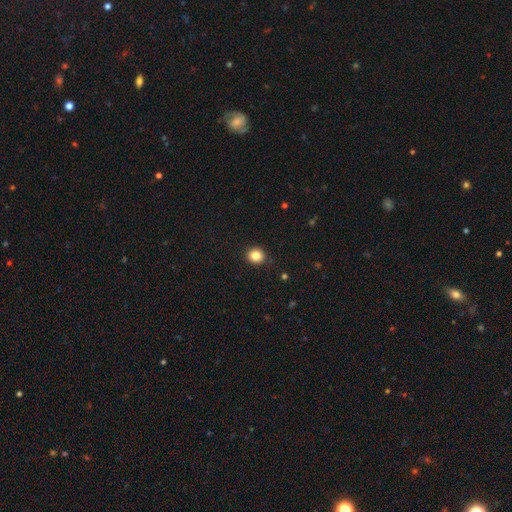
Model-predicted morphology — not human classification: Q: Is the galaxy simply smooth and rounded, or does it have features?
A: smooth — 84%.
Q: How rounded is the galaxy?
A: round — 80%.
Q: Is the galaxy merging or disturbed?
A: none — 91%.